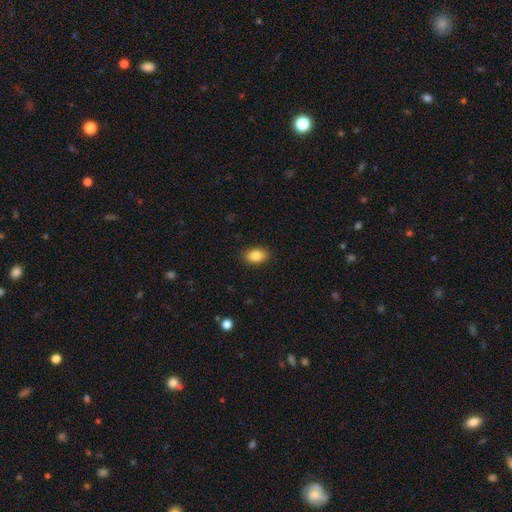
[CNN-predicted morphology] Smooth or featured?
  - smooth: 86% *
  - star or artifact: 8%
  - featured or disk: 6%
How rounded?
  - in between: 87% *
  - round: 11%
  - cigar-shaped: 1%
Merging?
  - none: 89% *
  - minor disturbance: 8%
  - major disturbance: 2%
  - merger: 1%